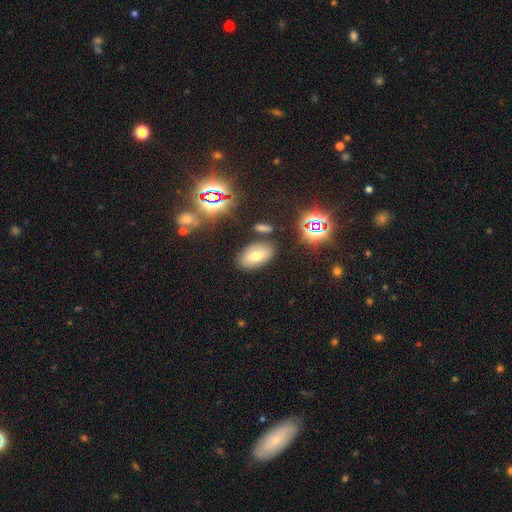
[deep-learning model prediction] smooth-or-featured: smooth: 64% | star or artifact: 18% | featured or disk: 18%
  how-rounded: in between: 90% | round: 8% | cigar-shaped: 2%
  merging: none: 82% | minor disturbance: 10% | merger: 5% | major disturbance: 3%